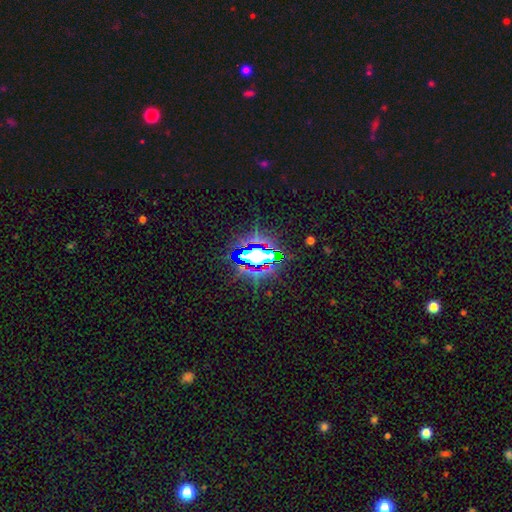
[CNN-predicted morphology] This appears to be a star or artifact, not a galaxy (72%).